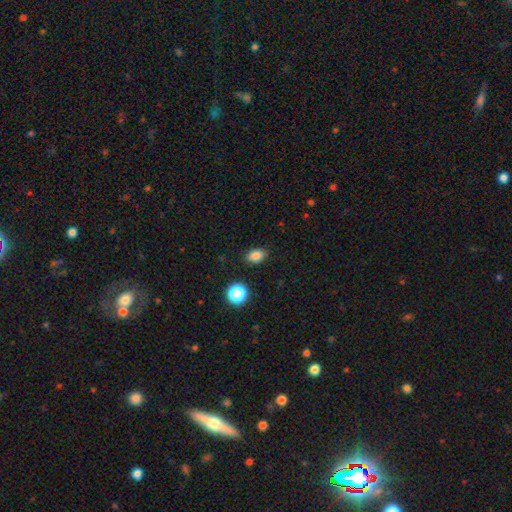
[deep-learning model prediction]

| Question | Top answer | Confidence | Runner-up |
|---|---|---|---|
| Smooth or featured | smooth | 84% | star or artifact (12%) |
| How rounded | in between | 79% | round (19%) |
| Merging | none | 87% | minor disturbance (9%) |